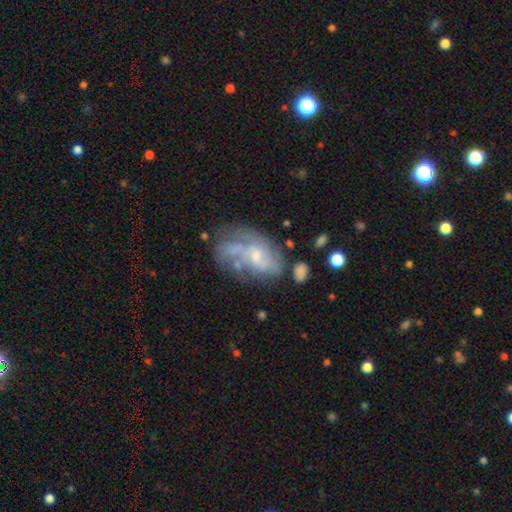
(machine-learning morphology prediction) This is likely a featured or disk galaxy (67%). It is clearly not viewed edge-on (96%). Bar: likely no (72%). Spiral arm pattern: likely yes (61%). Central bulge: possibly small (59%). Merging: marginally none (39%).